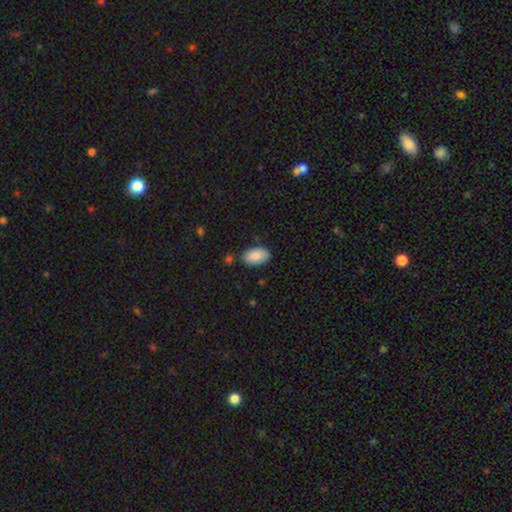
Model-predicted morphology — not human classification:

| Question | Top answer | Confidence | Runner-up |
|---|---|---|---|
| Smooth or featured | smooth | 88% | star or artifact (6%) |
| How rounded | in between | 95% | round (4%) |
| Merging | none | 79% | minor disturbance (14%) |